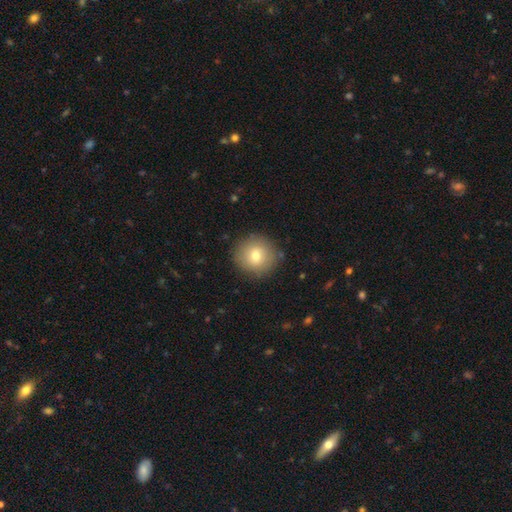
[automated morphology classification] A smooth galaxy with no disk features (76%) that is round (93%). Merging: none (88%).